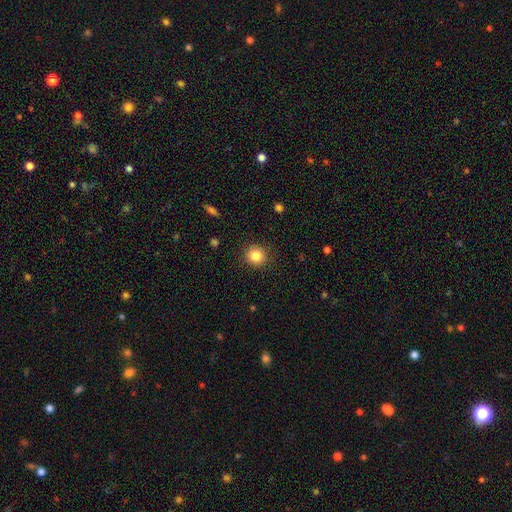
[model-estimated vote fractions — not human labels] This appears to be a smooth galaxy with no disk features (84%) that is round (89%). Merging: none (90%).